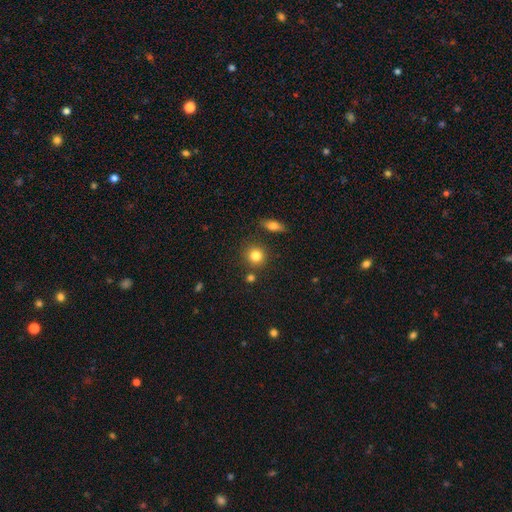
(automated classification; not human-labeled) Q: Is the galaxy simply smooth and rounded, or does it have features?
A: smooth — 82%.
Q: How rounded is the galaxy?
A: round — 87%.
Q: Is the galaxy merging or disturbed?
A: none — 82%.